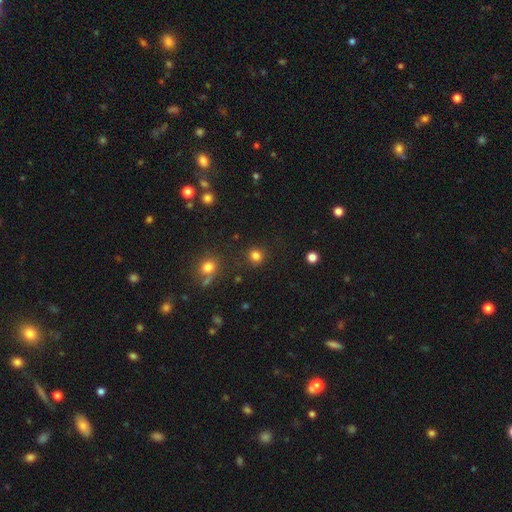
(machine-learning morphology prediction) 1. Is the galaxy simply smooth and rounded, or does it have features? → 81% smooth, 15% star or artifact, 4% featured or disk.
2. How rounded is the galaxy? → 89% round, 10% in between, 1% cigar-shaped.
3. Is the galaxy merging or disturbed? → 86% none, 8% minor disturbance, 3% major disturbance, 3% merger.